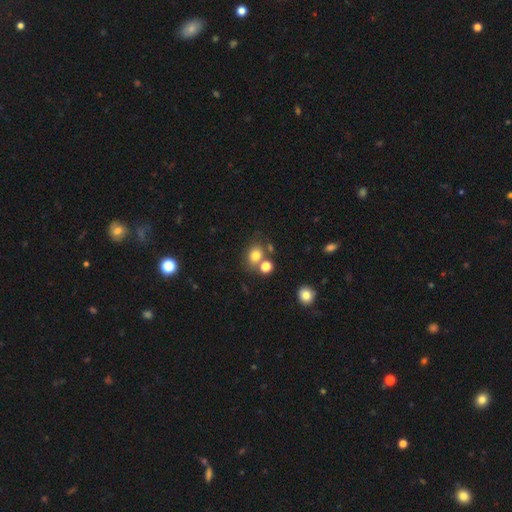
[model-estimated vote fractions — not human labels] Morphology: type=smooth (77%); roundness=round (59%); merging=none (60%).